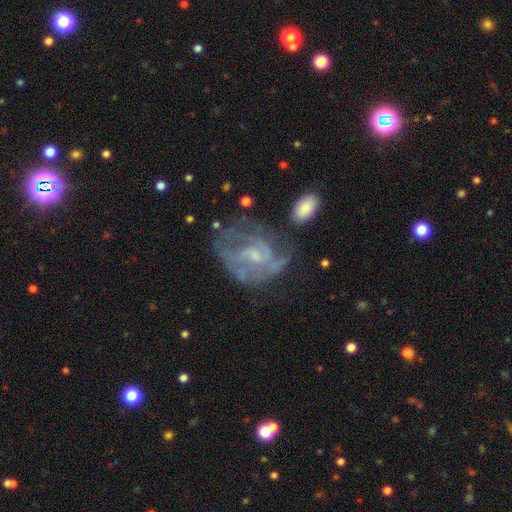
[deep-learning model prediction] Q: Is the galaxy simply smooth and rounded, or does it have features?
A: featured or disk — 78%.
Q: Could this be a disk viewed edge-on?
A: no — 97%.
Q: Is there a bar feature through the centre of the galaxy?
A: weak — 48%.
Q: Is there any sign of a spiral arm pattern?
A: yes — 79%.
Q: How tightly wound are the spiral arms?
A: medium — 42%.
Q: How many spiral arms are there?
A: can't tell — 38%.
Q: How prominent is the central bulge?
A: small — 56%.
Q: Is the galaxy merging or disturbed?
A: none — 48%.